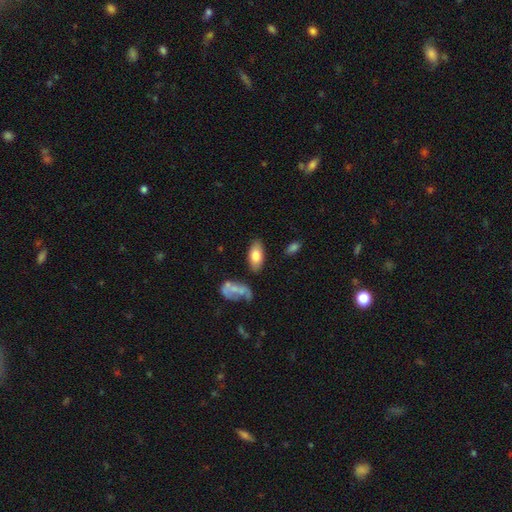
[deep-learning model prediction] This appears to be a smooth galaxy with no disk features (75%) that is in between round and cigar-shaped (91%). Merging: none (77%).